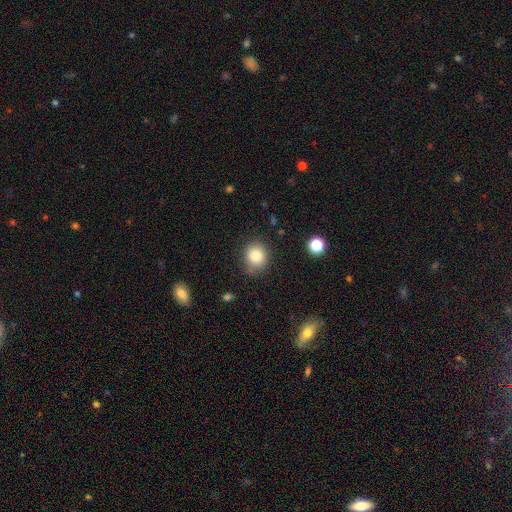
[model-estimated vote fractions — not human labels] Q: Smooth or featured?
A: smooth (84%); runner-up: star or artifact (10%)
Q: How rounded?
A: round (74%); runner-up: in between (25%)
Q: Merging?
A: none (80%); runner-up: minor disturbance (15%)